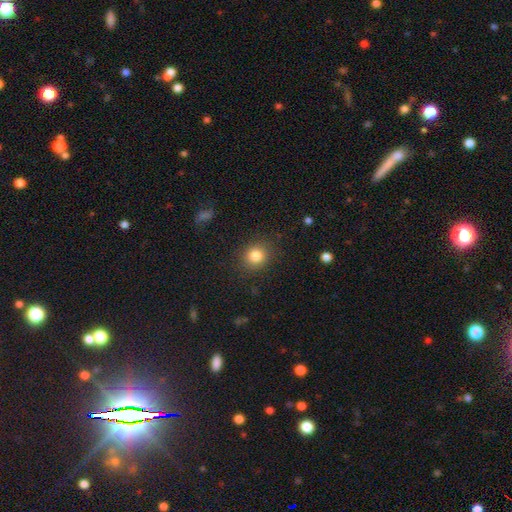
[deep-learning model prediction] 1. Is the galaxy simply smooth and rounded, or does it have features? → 83% smooth, 11% star or artifact, 6% featured or disk.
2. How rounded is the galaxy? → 82% round, 17% in between, 1% cigar-shaped.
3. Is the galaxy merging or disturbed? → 87% none, 8% minor disturbance, 3% major disturbance, 1% merger.